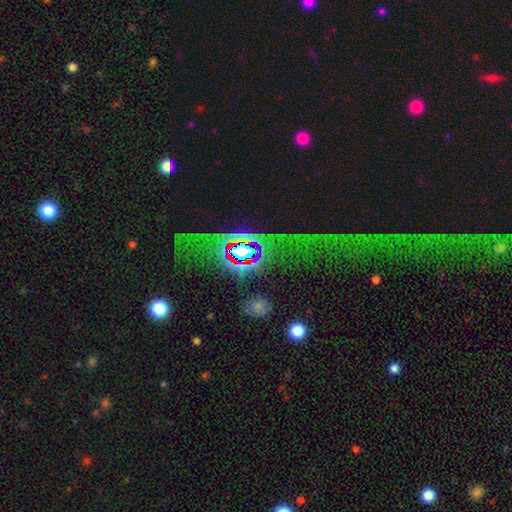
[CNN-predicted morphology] The model was most divided on "smooth or featured": star or artifact: 77%, featured or disk: 12%, smooth: 11%.